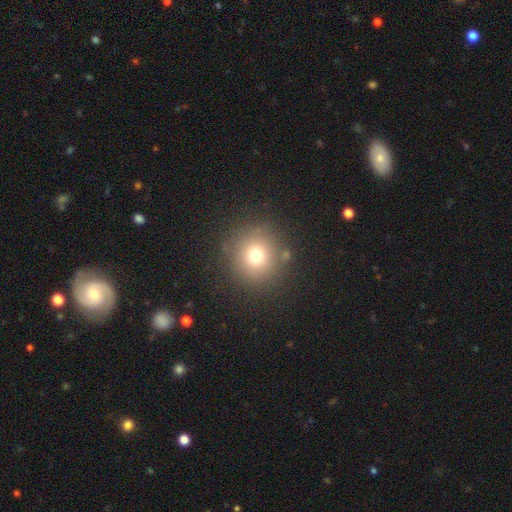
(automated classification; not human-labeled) smooth-or-featured: smooth: 73% | star or artifact: 17% | featured or disk: 11%
  how-rounded: round: 92% | in between: 7% | cigar-shaped: 1%
  merging: none: 85% | minor disturbance: 8% | major disturbance: 4% | merger: 3%